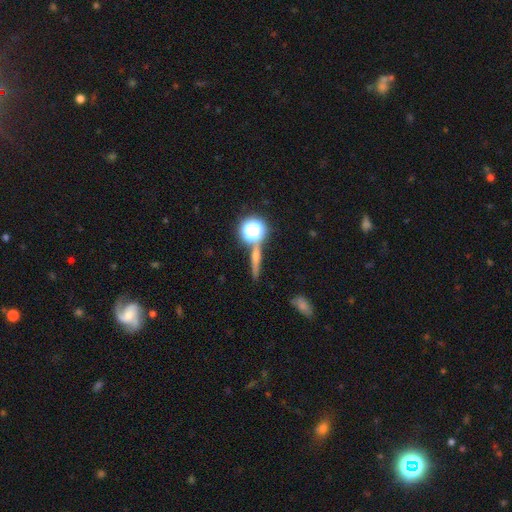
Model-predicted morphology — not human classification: The model was most divided on "smooth or featured": star or artifact: 40%, smooth: 32%, featured or disk: 28%.